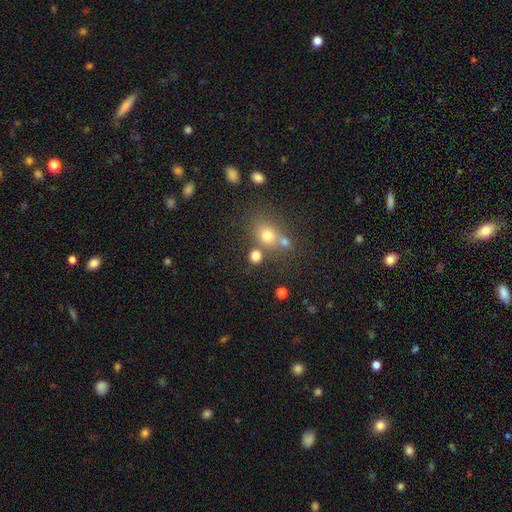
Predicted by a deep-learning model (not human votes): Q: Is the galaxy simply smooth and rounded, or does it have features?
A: smooth — 75%.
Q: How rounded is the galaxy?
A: round — 75%.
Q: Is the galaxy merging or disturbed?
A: none — 59%.